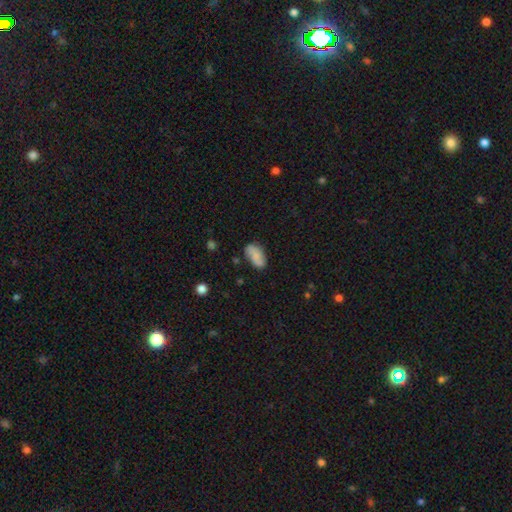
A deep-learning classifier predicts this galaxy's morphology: smooth 69%, featured or disk 23%, star or artifact 8%. Down the decision tree: how rounded — in between (92%); merging — none (71%).